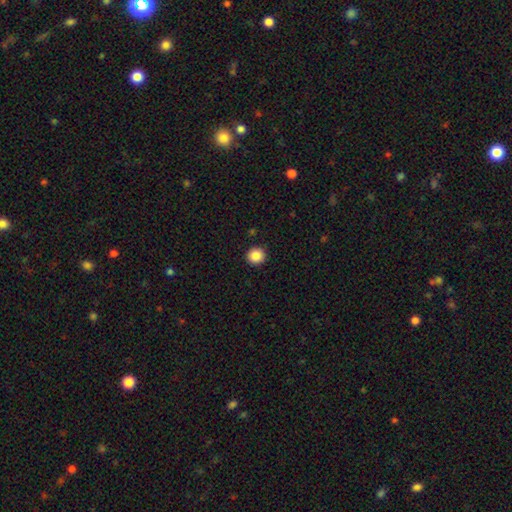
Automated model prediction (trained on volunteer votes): Overall: smooth (87%). How rounded: round (94%). Merging: none (92%).